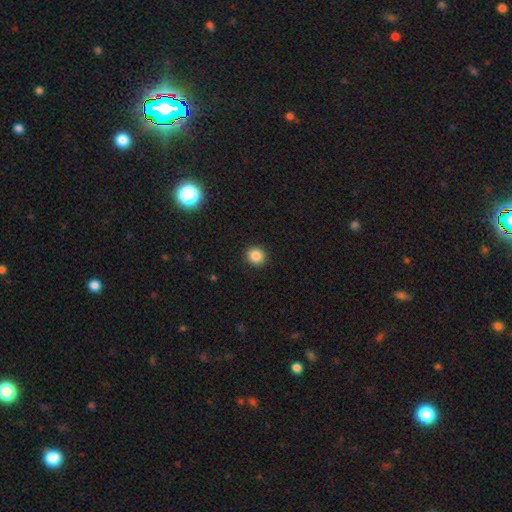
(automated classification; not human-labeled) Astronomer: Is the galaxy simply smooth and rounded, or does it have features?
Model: smooth — 87%.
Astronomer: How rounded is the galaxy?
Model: round — 88%.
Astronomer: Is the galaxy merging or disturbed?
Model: none — 92%.